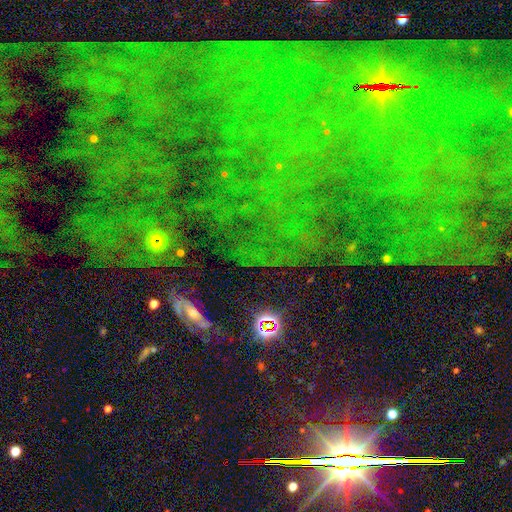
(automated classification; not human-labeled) smooth-or-featured: star or artifact: 73% | featured or disk: 14% | smooth: 13%